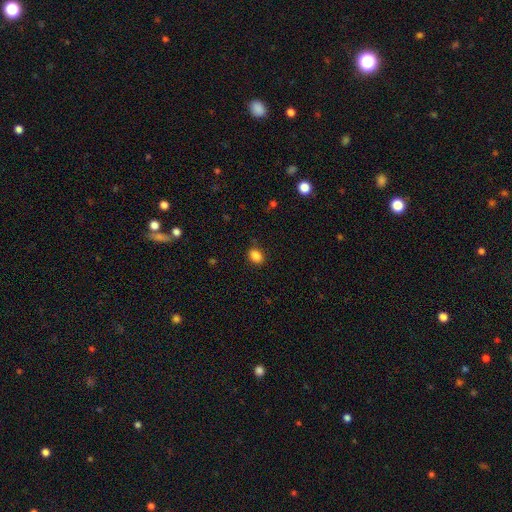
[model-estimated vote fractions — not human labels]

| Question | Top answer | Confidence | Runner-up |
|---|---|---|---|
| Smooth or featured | smooth | 87% | star or artifact (9%) |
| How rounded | in between | 75% | round (24%) |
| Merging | none | 85% | minor disturbance (11%) |